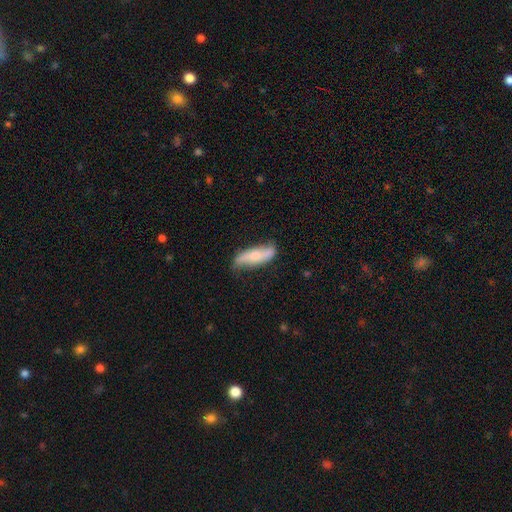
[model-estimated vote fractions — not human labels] A featured or disk galaxy (53%). Merging: none (67%).